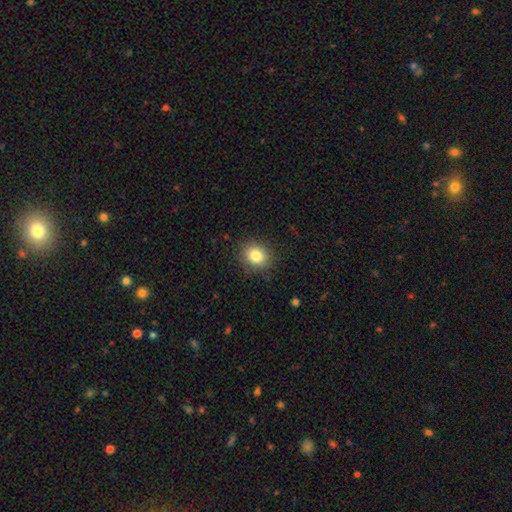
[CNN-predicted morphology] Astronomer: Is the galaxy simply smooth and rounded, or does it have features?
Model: smooth — 82%.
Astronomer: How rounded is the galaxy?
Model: round — 75%.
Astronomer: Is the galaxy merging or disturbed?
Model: none — 88%.